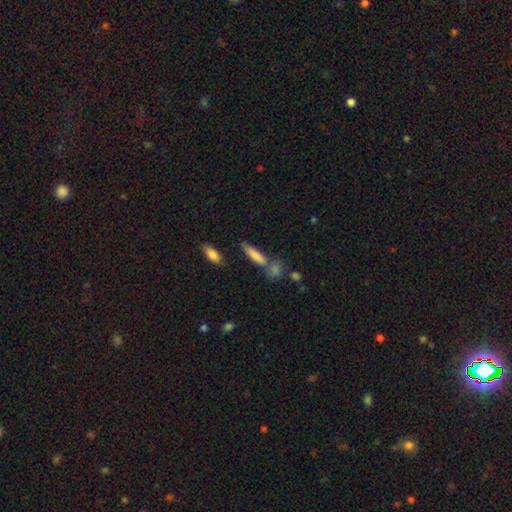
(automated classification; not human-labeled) A smooth galaxy with no disk features (79%) that is cigar-shaped (71%). Merging: none (62%).